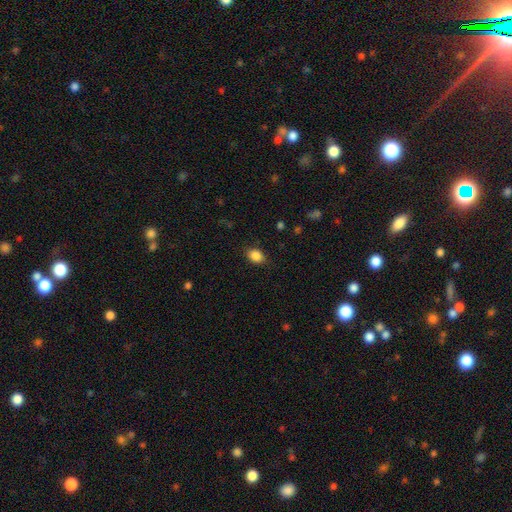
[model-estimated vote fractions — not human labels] This is clearly a smooth galaxy (87%). How rounded: likely in between (68%). Merging: clearly none (83%).